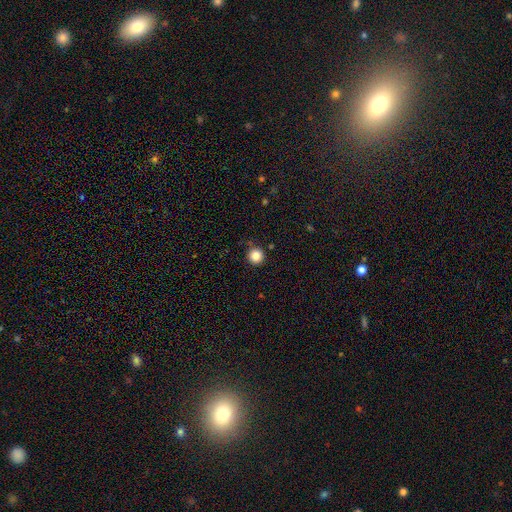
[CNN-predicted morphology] This appears to be a smooth galaxy with no disk features (85%) that is round (96%). Merging: none (89%).